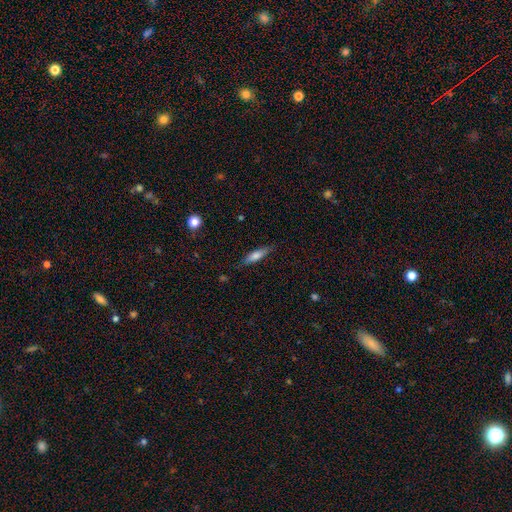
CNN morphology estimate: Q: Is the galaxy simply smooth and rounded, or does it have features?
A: smooth — 66%.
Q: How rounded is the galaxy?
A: cigar-shaped — 67%.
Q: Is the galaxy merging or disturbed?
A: none — 80%.